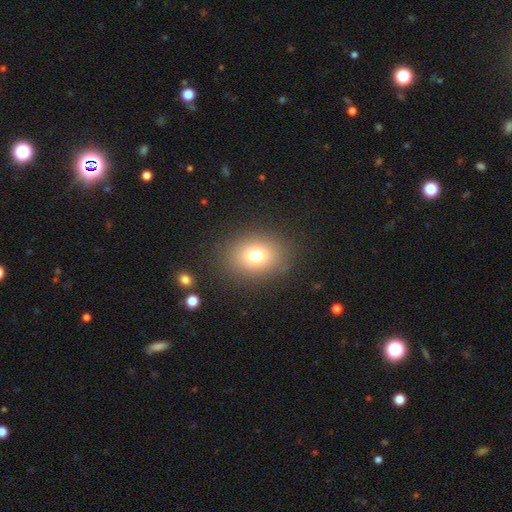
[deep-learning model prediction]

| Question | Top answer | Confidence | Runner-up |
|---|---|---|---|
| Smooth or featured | smooth | 74% | star or artifact (15%) |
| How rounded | in between | 51% | round (48%) |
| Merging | none | 86% | minor disturbance (9%) |